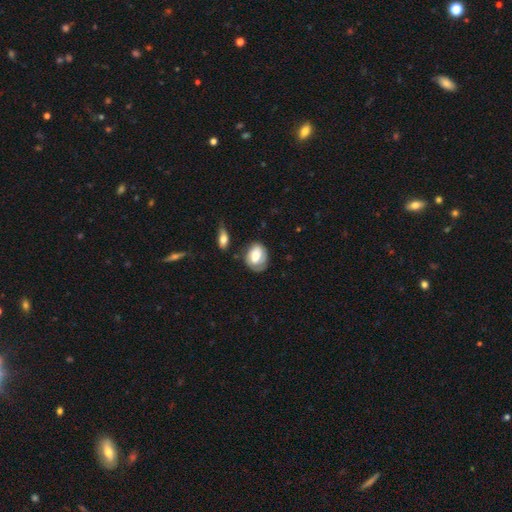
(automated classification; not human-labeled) smooth-or-featured: smooth: 71% | featured or disk: 22% | star or artifact: 7%
  how-rounded: in between: 69% | round: 30% | cigar-shaped: 1%
  merging: none: 56% | minor disturbance: 28% | major disturbance: 11% | merger: 5%